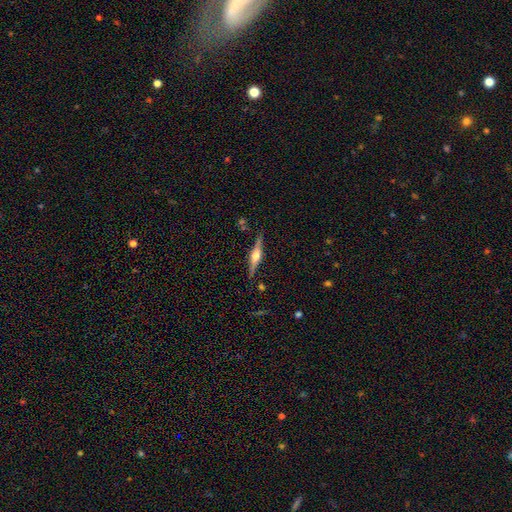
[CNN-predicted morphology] This is likely a featured or disk galaxy (77%). It is clearly viewed edge-on (98%). Edge-on bulge: clearly rounded (87%). Merging: clearly none (87%).